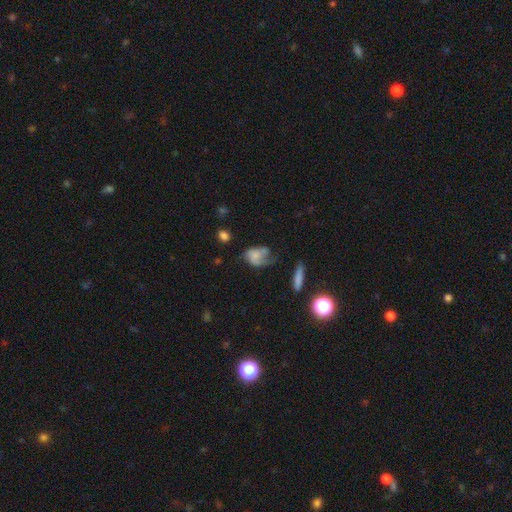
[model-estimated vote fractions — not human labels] Smooth or featured? Predicted: smooth (p=0.52). How rounded? Predicted: in between (p=0.78). Merging? Predicted: major disturbance (p=0.41).